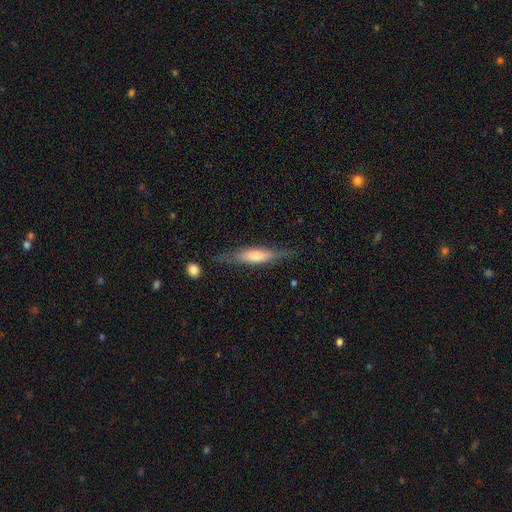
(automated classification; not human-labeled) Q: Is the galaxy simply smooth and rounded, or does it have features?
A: featured or disk — 52%.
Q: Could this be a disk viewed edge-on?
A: yes — 88%.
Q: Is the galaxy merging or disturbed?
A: none — 77%.